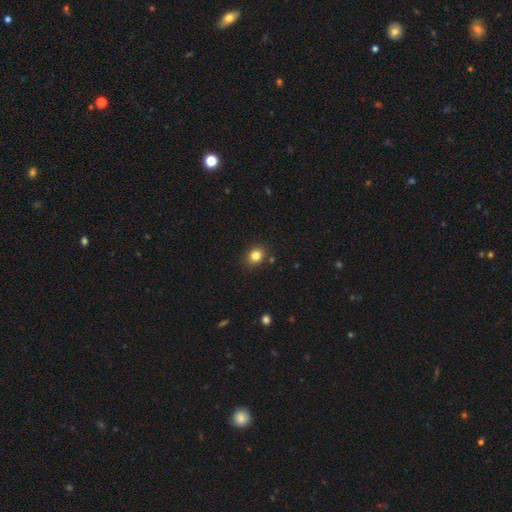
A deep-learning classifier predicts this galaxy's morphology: A smooth galaxy with no disk features (82%) that is round (60%).

Vote fractions:
- Smooth or featured? smooth: 82% / star or artifact: 12% / featured or disk: 6%
- How rounded? round: 60% / in between: 39% / cigar-shaped: 1%
- Merging? none: 87% / minor disturbance: 9% / merger: 2% / major disturbance: 2%